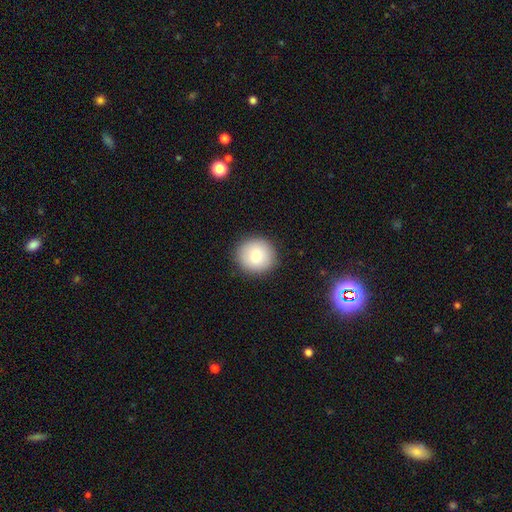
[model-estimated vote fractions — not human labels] smooth-or-featured: smooth: 79% | featured or disk: 12% | star or artifact: 9%
  how-rounded: round: 92% | in between: 7% | cigar-shaped: 1%
  merging: none: 91% | minor disturbance: 6% | major disturbance: 2% | merger: 1%